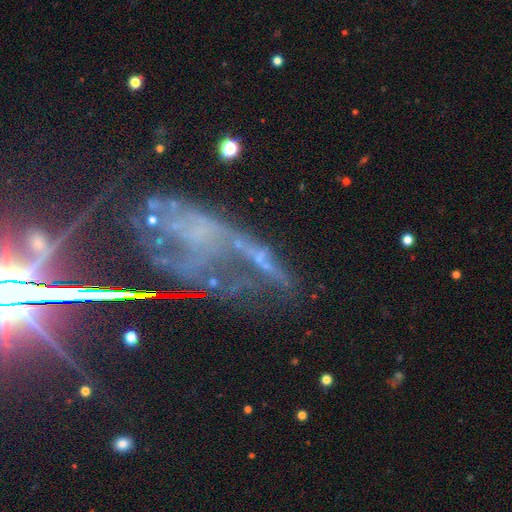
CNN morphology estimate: The model was most divided on "spiral arms": no: 55%, yes: 45%. Remaining: edge-on disk — no (89%); bar — no (76%); bulge size — none (69%); smooth or featured — featured or disk (59%); merging — major disturbance (42%).